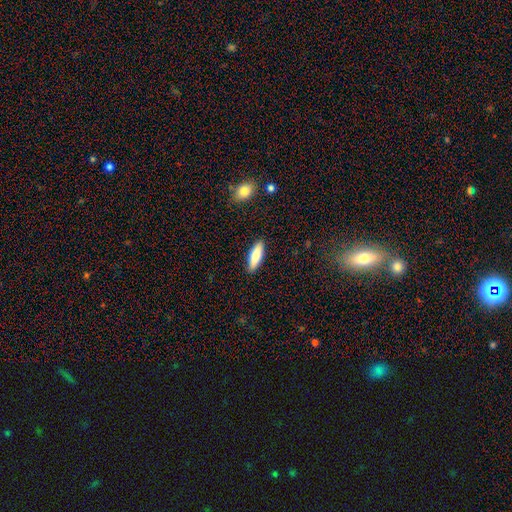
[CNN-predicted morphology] Q: Smooth or featured?
A: smooth (78%); runner-up: featured or disk (16%)
Q: How rounded?
A: cigar-shaped (50%); runner-up: in between (48%)
Q: Merging?
A: none (89%); runner-up: minor disturbance (8%)